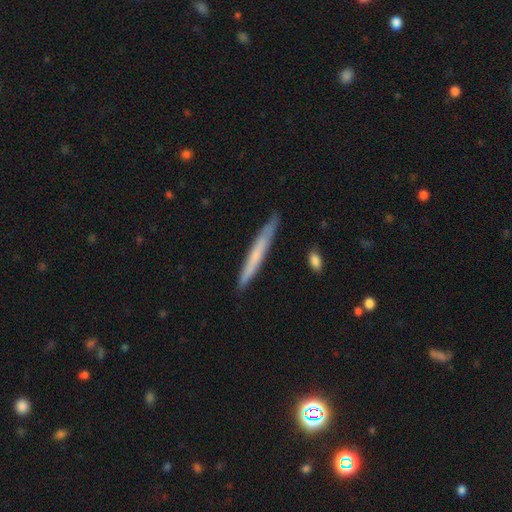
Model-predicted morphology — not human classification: smooth 56%, featured or disk 38%, star or artifact 6%. Down the decision tree: how rounded — cigar-shaped (96%); merging — none (86%).